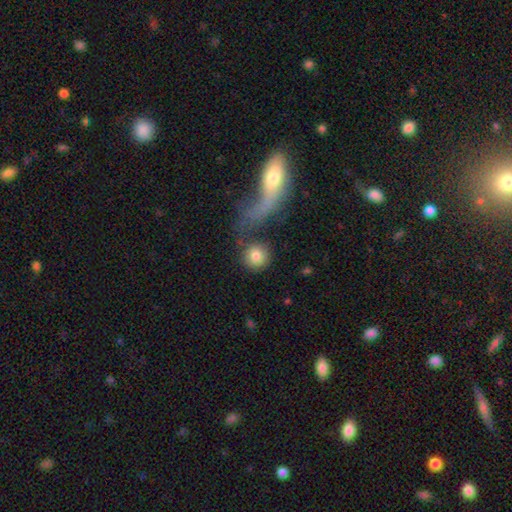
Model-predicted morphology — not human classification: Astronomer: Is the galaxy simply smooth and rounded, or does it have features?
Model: smooth — 80%.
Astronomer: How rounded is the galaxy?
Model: round — 93%.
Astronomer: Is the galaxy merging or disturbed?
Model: none — 66%.